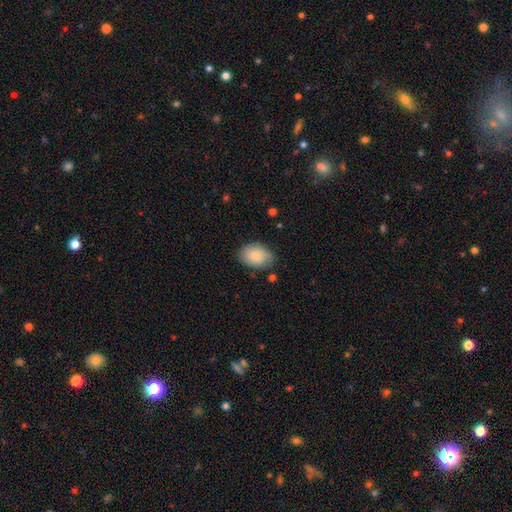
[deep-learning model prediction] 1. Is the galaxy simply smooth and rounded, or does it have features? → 81% smooth, 13% featured or disk, 7% star or artifact.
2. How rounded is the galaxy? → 80% in between, 19% round, 1% cigar-shaped.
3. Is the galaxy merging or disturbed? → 75% none, 19% minor disturbance, 4% major disturbance, 2% merger.